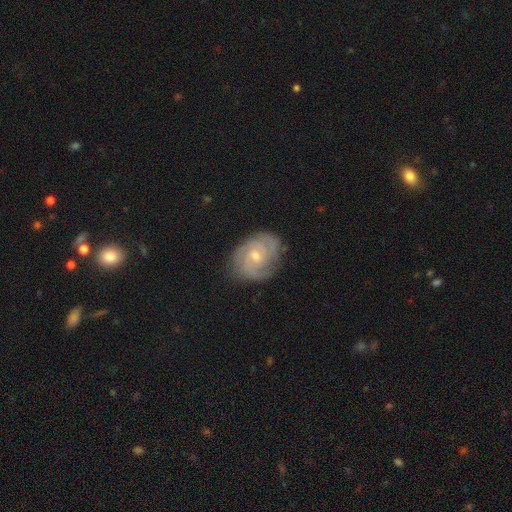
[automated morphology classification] This is clearly a featured or disk galaxy (84%). It is clearly not viewed edge-on (97%). Bar: possibly no (59%). Spiral arm pattern: clearly yes (96%). Spiral arm count: marginally 2 (39%). Spiral winding: likely tight (61%). Central bulge: possibly small (56%). Merging: likely none (78%).